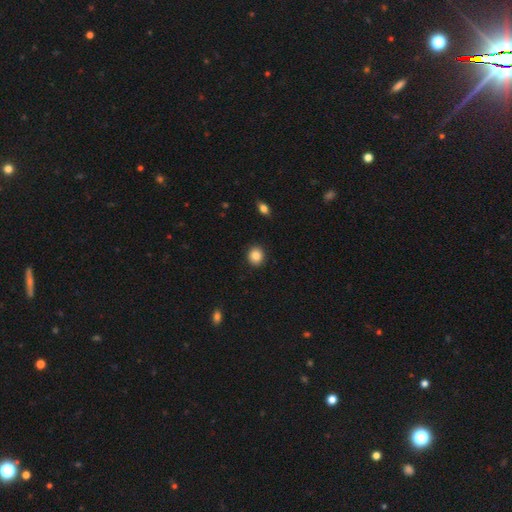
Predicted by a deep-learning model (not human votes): Smooth or featured?
  - smooth: 85% *
  - star or artifact: 9%
  - featured or disk: 6%
How rounded?
  - round: 81% *
  - in between: 18%
  - cigar-shaped: 1%
Merging?
  - none: 91% *
  - minor disturbance: 6%
  - major disturbance: 2%
  - merger: 1%